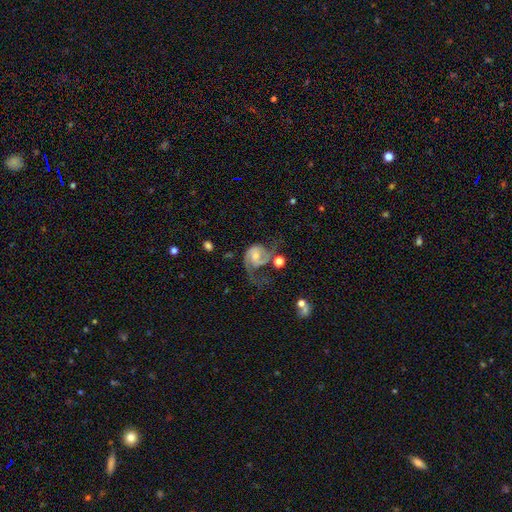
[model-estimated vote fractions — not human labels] A featured or disk galaxy (79%) with no bar (59%), 2 (72%) medium (46%) spiral arms (94%) and a small central bulge (43%).

Vote fractions:
- Smooth or featured? featured or disk: 79% / smooth: 14% / star or artifact: 7%
- Edge-on disk? no: 98% / yes: 2%
- Bar? no: 59% / weak: 34% / strong: 7%
- Spiral arms? yes: 94% / no: 6%
- Spiral winding? medium: 46% / loose: 32% / tight: 22%
- Spiral arm count? 2: 72% / 1: 16% / can't tell: 7% / 3: 3% / 4: 1% / more than 4: 1%
- Bulge size? small: 43% / moderate: 41% / none: 9% / large: 5% / dominant: 2%
- Merging? none: 36% / major disturbance: 35% / minor disturbance: 20% / merger: 9%